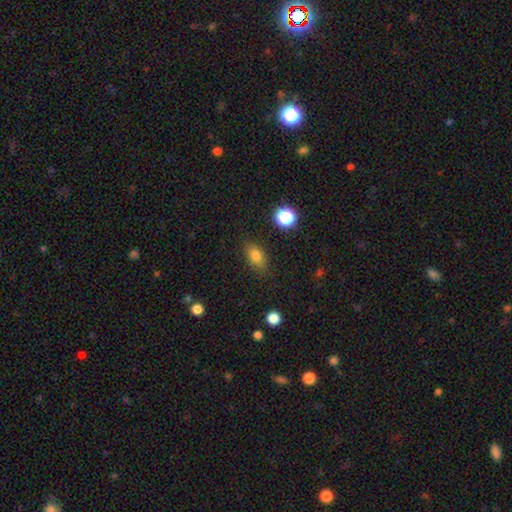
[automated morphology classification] A smooth galaxy with no disk features (79%) that is in between round and cigar-shaped (81%).

Vote fractions:
- Smooth or featured? smooth: 79% / star or artifact: 12% / featured or disk: 8%
- How rounded? in between: 81% / round: 15% / cigar-shaped: 4%
- Merging? none: 83% / minor disturbance: 12% / major disturbance: 3% / merger: 2%